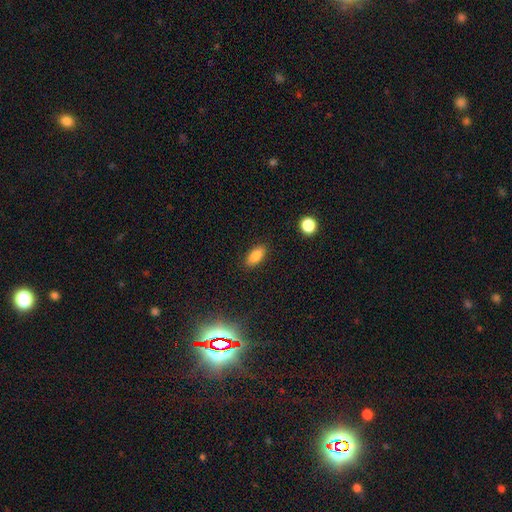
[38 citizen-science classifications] A smooth galaxy with no disk features (89%) that is in between round and cigar-shaped (91%). Merging: none (89%).